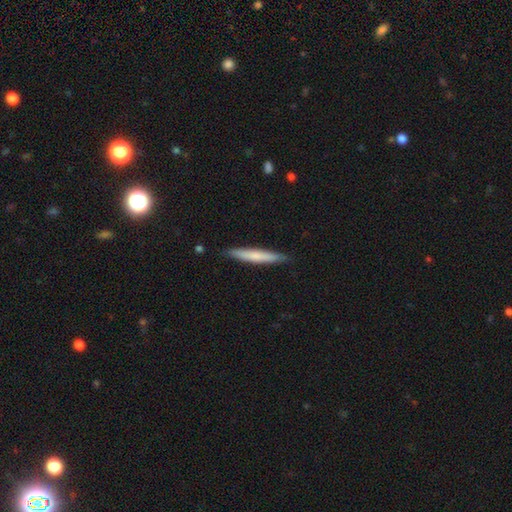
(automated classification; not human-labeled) Smooth or featured?
  - smooth: 68% *
  - featured or disk: 27%
  - star or artifact: 5%
How rounded?
  - cigar-shaped: 94% *
  - in between: 4%
  - round: 1%
Merging?
  - none: 89% *
  - minor disturbance: 8%
  - major disturbance: 1%
  - merger: 1%